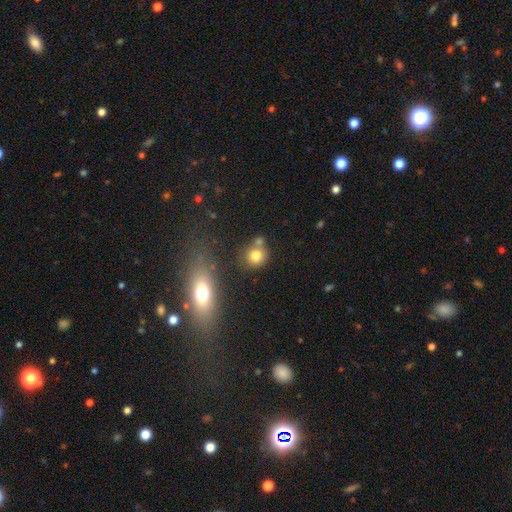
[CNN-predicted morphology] Smooth or featured?
  - smooth: 78% *
  - star or artifact: 12%
  - featured or disk: 10%
How rounded?
  - round: 83% *
  - in between: 16%
  - cigar-shaped: 1%
Merging?
  - none: 60% *
  - merger: 25%
  - minor disturbance: 11%
  - major disturbance: 4%